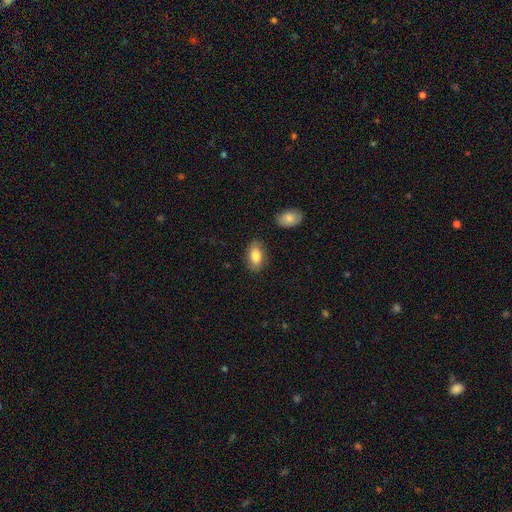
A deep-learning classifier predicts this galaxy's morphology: smooth-or-featured: smooth: 82% | featured or disk: 12% | star or artifact: 6%
  how-rounded: in between: 92% | round: 6% | cigar-shaped: 2%
  merging: none: 82% | minor disturbance: 13% | major disturbance: 3% | merger: 2%